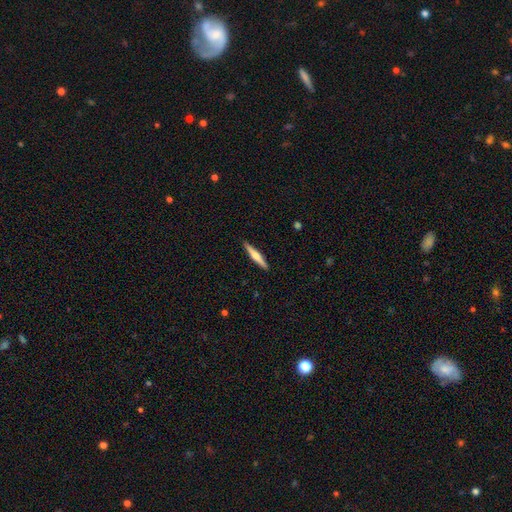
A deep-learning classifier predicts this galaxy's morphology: This appears to be a featured or disk galaxy (48%). Merging: none (91%).